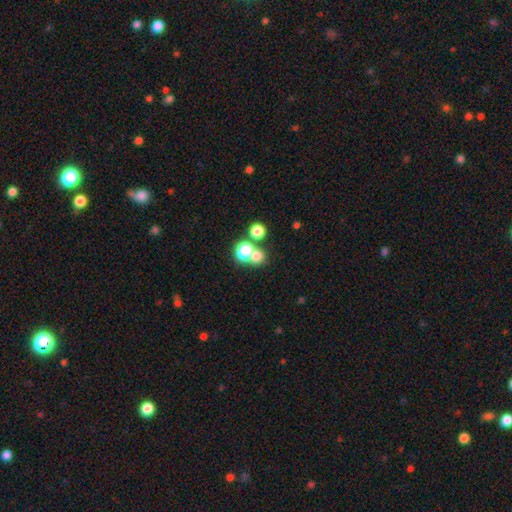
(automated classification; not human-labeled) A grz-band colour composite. It shows a smooth galaxy with no disk features (67%) that is round (84%). Merging: none (53%).